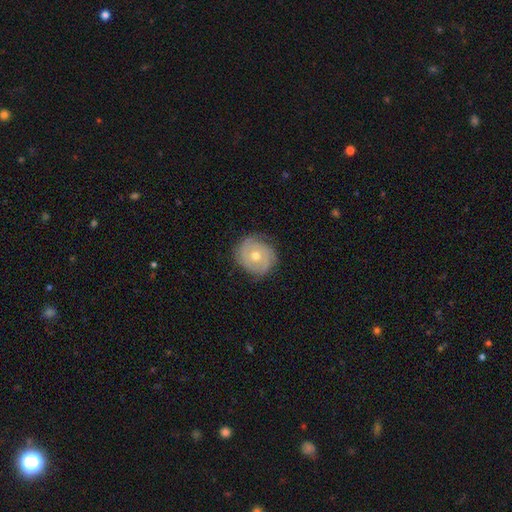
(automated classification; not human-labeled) smooth-or-featured: featured or disk: 68% | smooth: 24% | star or artifact: 8%
  disk-edge-on: no: 97% | yes: 3%
    bar: no: 83% | weak: 14% | strong: 3%
    has-spiral-arms: yes: 85% | no: 15%
      spiral-winding: tight: 70% | medium: 23% | loose: 7%
      spiral-arm-count: 2: 33% | can't tell: 31% | 3: 21% | 1: 6% | 4: 5% | more than 4: 4%
    bulge-size: moderate: 64% | small: 33% | large: 2% | none: 1% | dominant: 1%
  merging: none: 78% | minor disturbance: 17% | major disturbance: 5% | merger: 1%